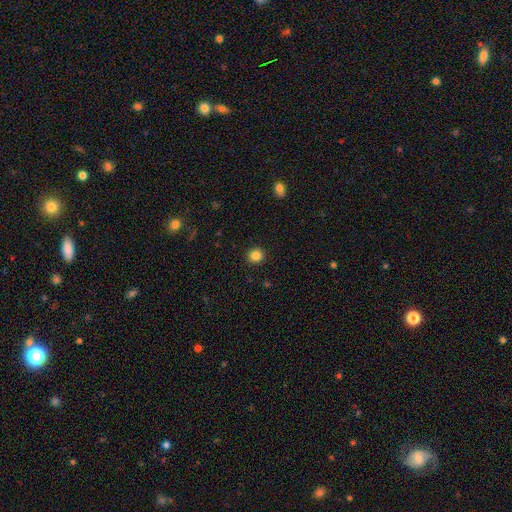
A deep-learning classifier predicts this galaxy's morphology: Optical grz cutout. It shows a smooth galaxy with no disk features (85%) that is round (92%). Merging: none (93%).